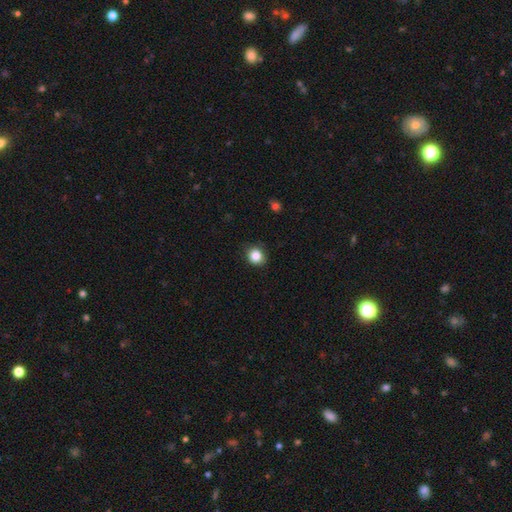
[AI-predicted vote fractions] The model was most divided on "how rounded": round: 78%, in between: 21%, cigar-shaped: 1%. More confident: merging — none (86%); smooth or featured — smooth (85%).